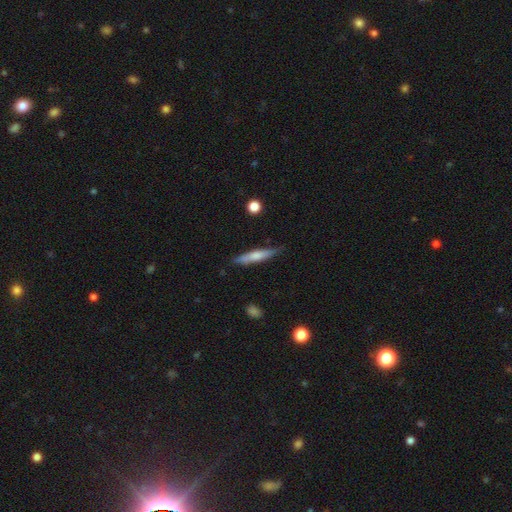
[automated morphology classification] A smooth galaxy with no disk features (62%) that is cigar-shaped (88%). Merging: none (78%).